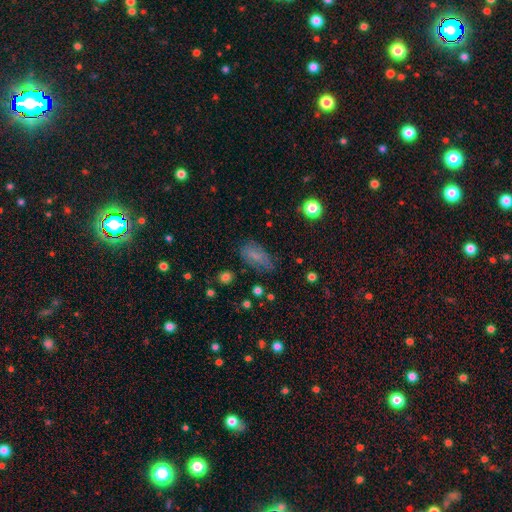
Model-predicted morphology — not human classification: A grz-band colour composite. It shows a smooth galaxy with no disk features (64%) that is in between round and cigar-shaped (87%). Merging: none (65%).